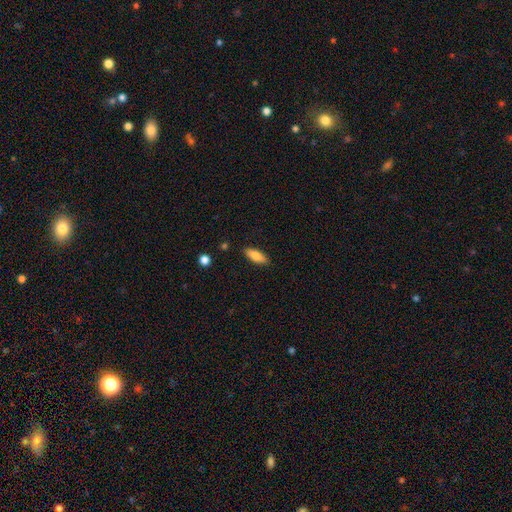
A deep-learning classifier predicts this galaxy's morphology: Smooth or featured? Predicted: smooth (p=0.79). How rounded? Predicted: in between (p=0.66). Merging? Predicted: none (p=0.87).